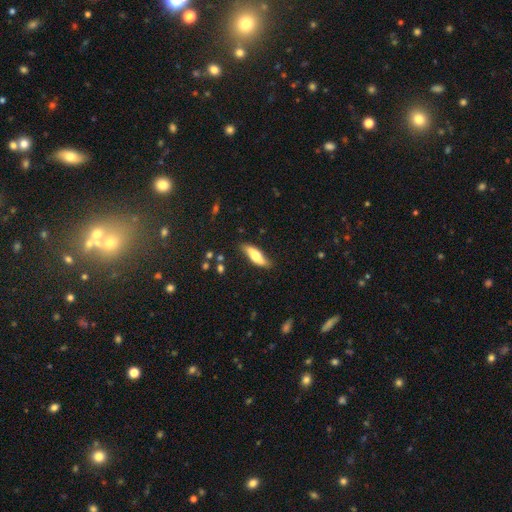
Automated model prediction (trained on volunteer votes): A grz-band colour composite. It shows a smooth galaxy with no disk features (63%) that is in between round and cigar-shaped (54%). Merging: none (80%).